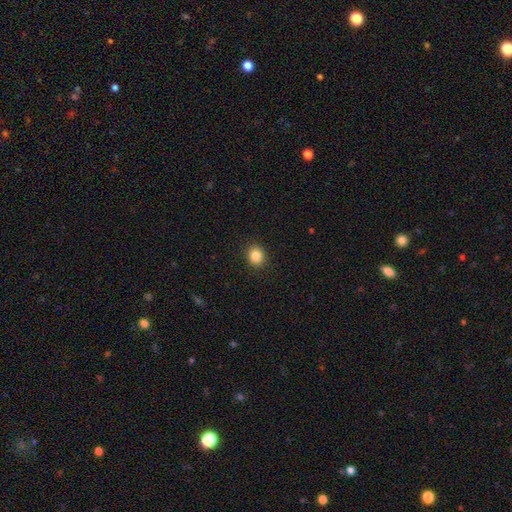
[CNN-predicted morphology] This is clearly a smooth galaxy (85%). How rounded: likely round (72%). Merging: clearly none (91%).